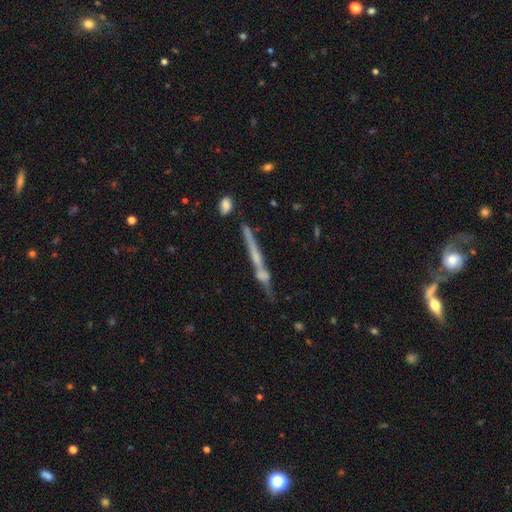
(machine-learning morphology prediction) smooth-or-featured: featured or disk: 64% | smooth: 26% | star or artifact: 9%
  disk-edge-on: yes: 94% | no: 6%
    edge-on-bulge: none: 59% | rounded: 32% | boxy: 9%
  merging: none: 73% | minor disturbance: 13% | merger: 9% | major disturbance: 4%